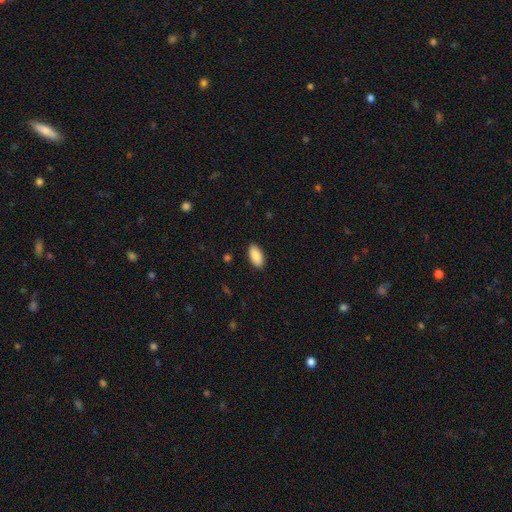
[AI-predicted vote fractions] The model was most divided on "merging": none: 90%, minor disturbance: 8%, major disturbance: 2%, merger: 1%. More confident: how rounded — in between (92%); smooth or featured — smooth (90%).